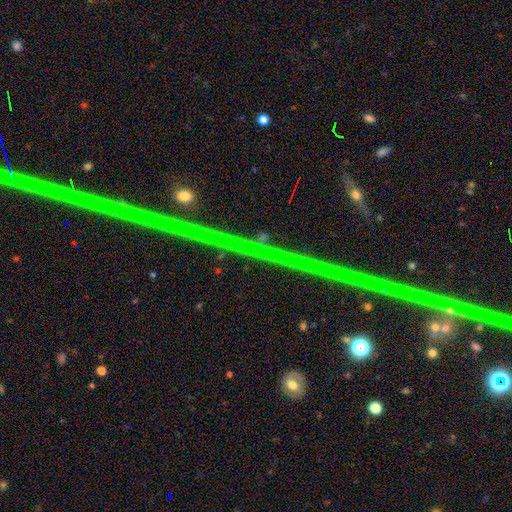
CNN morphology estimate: A star or artifact, not a galaxy (84%).

Vote fractions:
- Smooth or featured? star or artifact: 84% / featured or disk: 10% / smooth: 6%